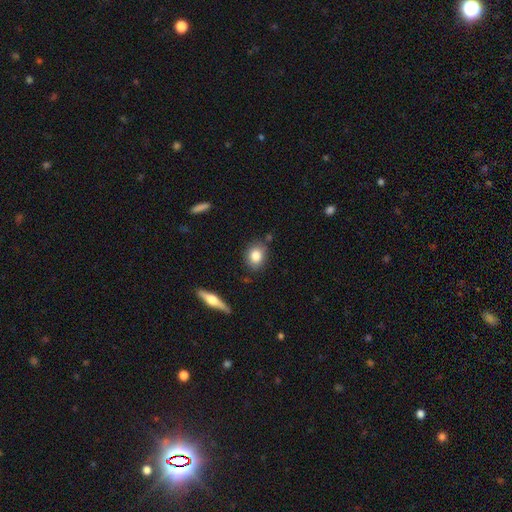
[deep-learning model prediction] Q: Smooth or featured?
A: smooth (81%); runner-up: featured or disk (10%)
Q: How rounded?
A: in between (50%); runner-up: round (48%)
Q: Merging?
A: none (78%); runner-up: minor disturbance (15%)